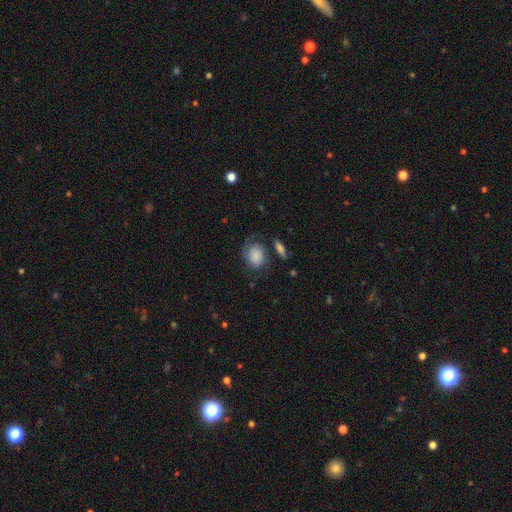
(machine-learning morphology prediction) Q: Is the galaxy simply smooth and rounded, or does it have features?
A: smooth — 68%.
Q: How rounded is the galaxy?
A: in between — 52%.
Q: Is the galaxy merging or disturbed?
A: none — 52%.